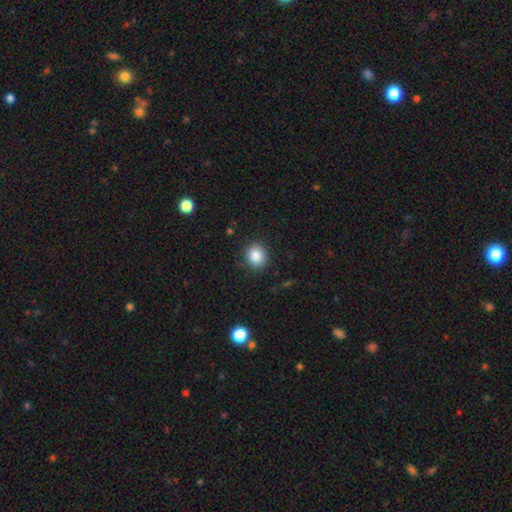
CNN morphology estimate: smooth_or_featured: smooth (p=0.85) [alt: star or artifact p=0.10]
how_rounded: round (p=0.77) [alt: in between p=0.22]
merging: none (p=0.88) [alt: minor disturbance p=0.08]